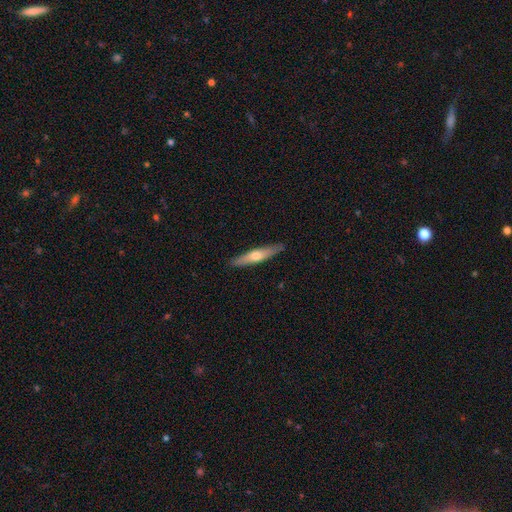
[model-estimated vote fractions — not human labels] smooth_or_featured: featured or disk (p=0.48) [alt: smooth p=0.47]
merging: none (p=0.89) [alt: minor disturbance p=0.08]